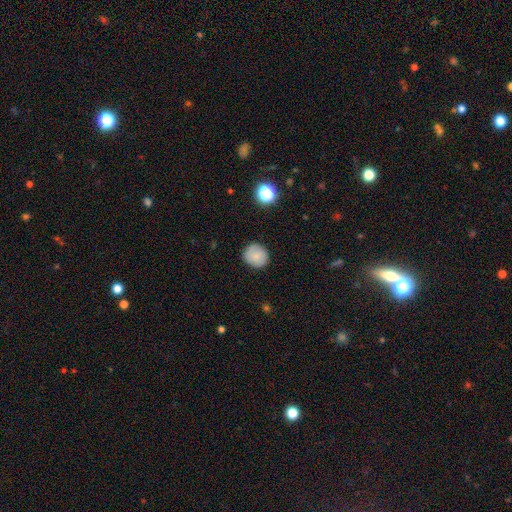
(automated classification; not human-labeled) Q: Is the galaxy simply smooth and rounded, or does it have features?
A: smooth — 82%.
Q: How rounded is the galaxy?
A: round — 89%.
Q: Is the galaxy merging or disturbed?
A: none — 87%.